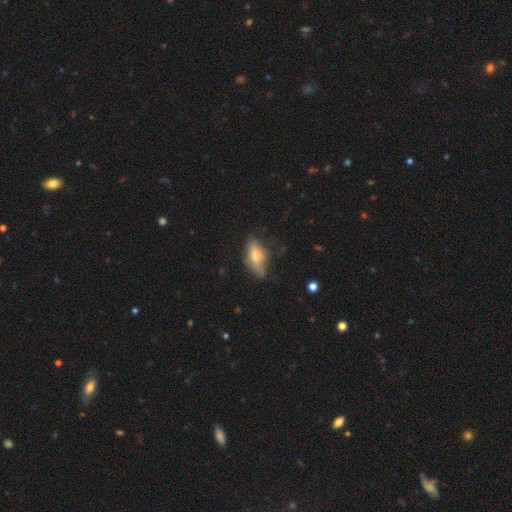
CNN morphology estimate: Smooth or featured: smooth — 59% (featured or disk — 32%)
How rounded: in between — 77% (cigar-shaped — 19%)
Merging: none — 56% (minor disturbance — 31%)